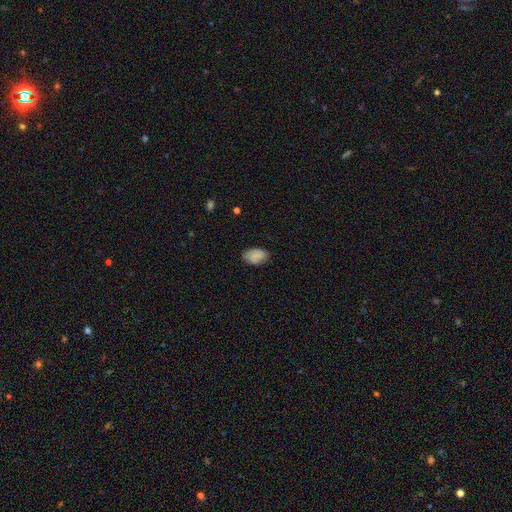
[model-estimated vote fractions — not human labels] Overall: smooth (83%). How rounded: in between (91%). Merging: none (77%).